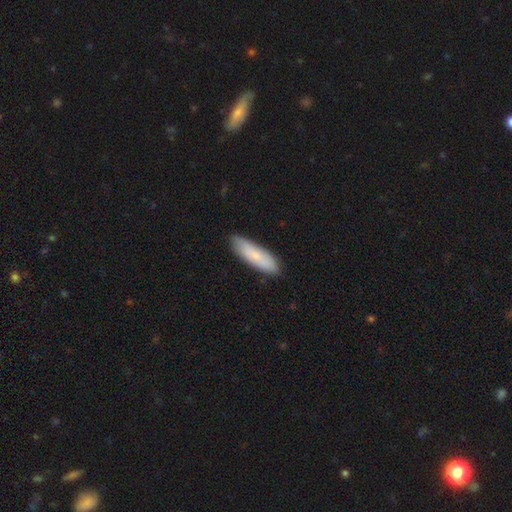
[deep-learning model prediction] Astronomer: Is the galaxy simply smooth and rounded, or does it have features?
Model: smooth — 81%.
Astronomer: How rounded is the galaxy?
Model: cigar-shaped — 61% (runner-up: in between, 38%).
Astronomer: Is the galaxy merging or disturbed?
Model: none — 86%.